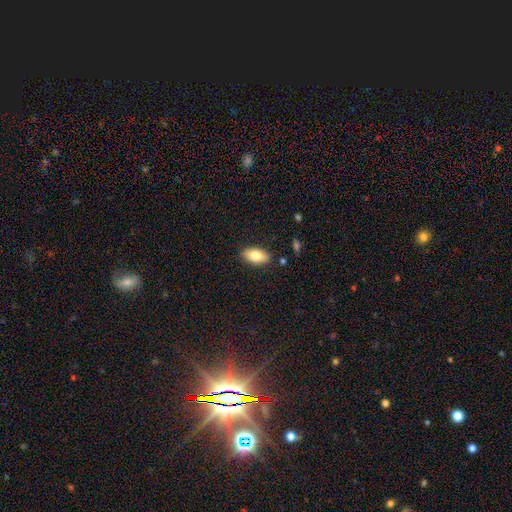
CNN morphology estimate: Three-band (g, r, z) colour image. It shows a smooth galaxy with no disk features (78%) that is in between round and cigar-shaped (91%). Merging: none (87%).